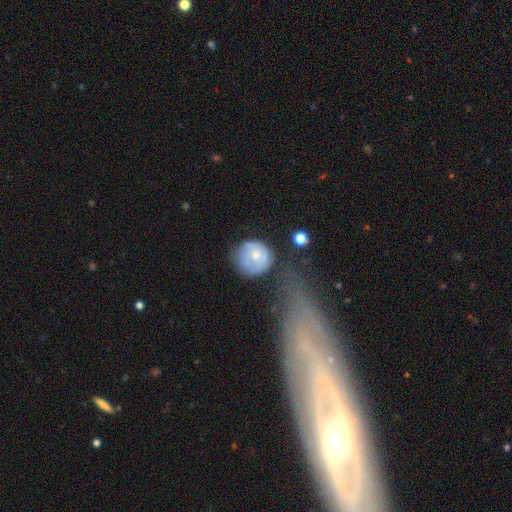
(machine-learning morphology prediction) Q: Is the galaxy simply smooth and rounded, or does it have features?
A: featured or disk — 47%.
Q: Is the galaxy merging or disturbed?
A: none — 52%.